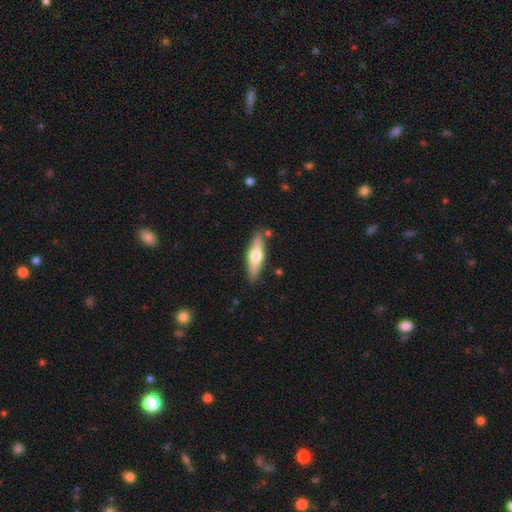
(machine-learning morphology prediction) smooth-or-featured: featured or disk: 50% | smooth: 44% | star or artifact: 5%
  disk-edge-on: yes: 92% | no: 8%
  merging: none: 85% | minor disturbance: 10% | merger: 3% | major disturbance: 2%